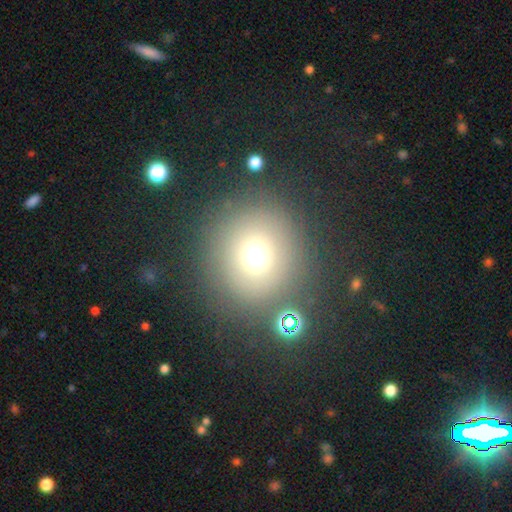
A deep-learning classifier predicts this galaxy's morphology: This appears to be a smooth galaxy with no disk features (67%) that is round (92%). Merging: none (79%).